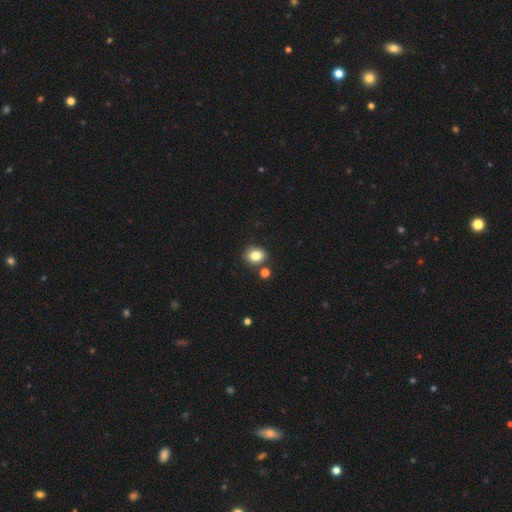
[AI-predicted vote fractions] Smooth or featured? Predicted: smooth (p=0.82). How rounded? Predicted: round (p=0.62). Merging? Predicted: none (p=0.79).